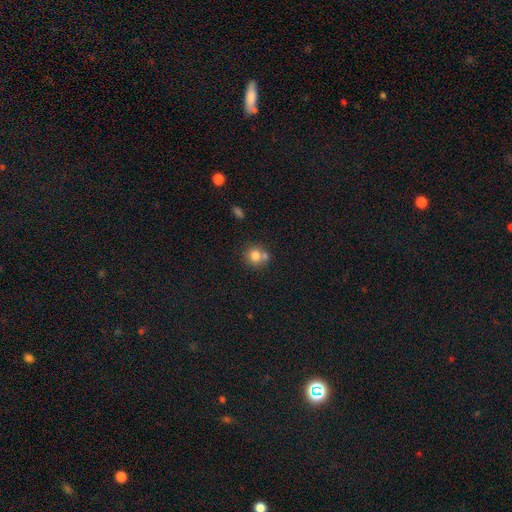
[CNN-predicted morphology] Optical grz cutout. It shows a smooth galaxy with no disk features (78%) that is round (86%). Merging: none (53%).